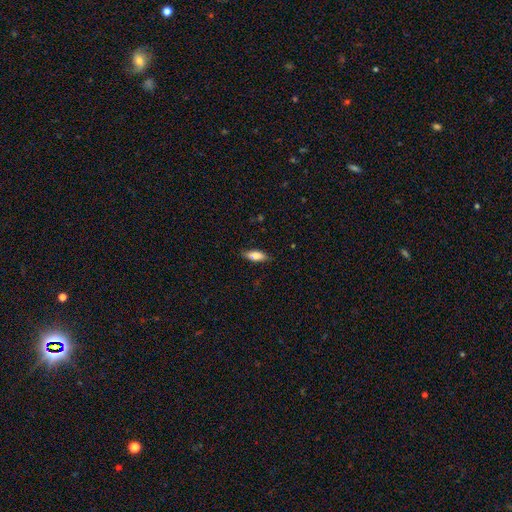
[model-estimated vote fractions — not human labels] Overall: smooth (82%). How rounded: in between (72%). Merging: none (83%).